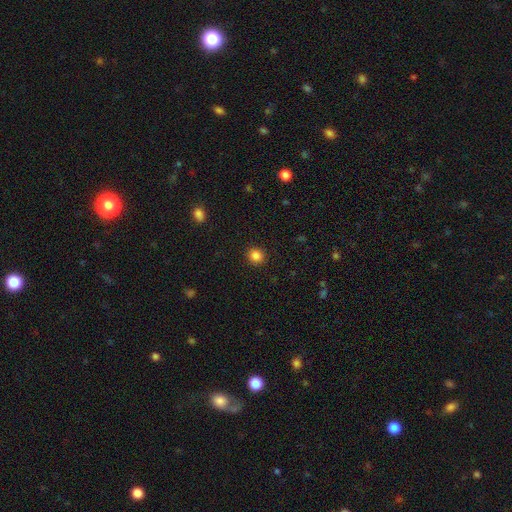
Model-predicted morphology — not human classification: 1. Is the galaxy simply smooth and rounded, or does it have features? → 85% smooth, 11% star or artifact, 3% featured or disk.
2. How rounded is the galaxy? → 88% round, 11% in between, 1% cigar-shaped.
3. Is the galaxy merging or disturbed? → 91% none, 6% minor disturbance, 2% major disturbance, 1% merger.